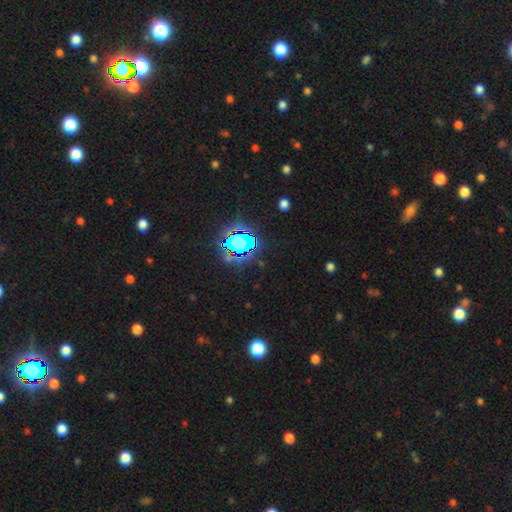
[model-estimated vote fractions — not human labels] star or artifact 82%, smooth 11%, featured or disk 7%.